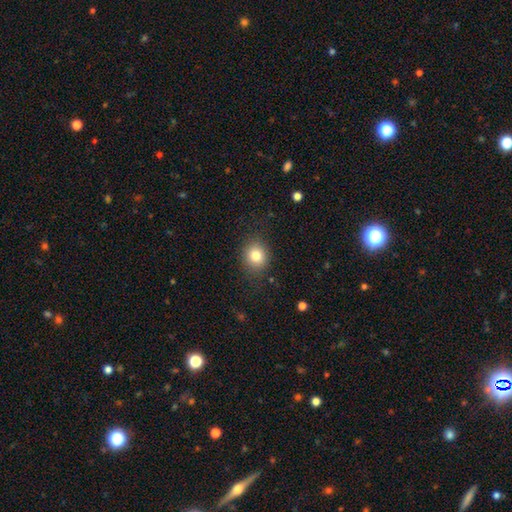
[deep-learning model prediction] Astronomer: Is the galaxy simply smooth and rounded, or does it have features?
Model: smooth — 80%.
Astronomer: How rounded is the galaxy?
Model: round — 75%.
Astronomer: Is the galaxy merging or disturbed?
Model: none — 84%.